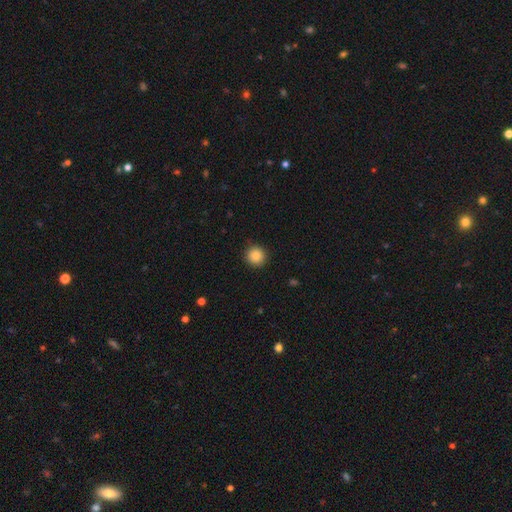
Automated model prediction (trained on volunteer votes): Smooth or featured? Predicted: smooth (p=0.84). How rounded? Predicted: round (p=0.94). Merging? Predicted: none (p=0.91).